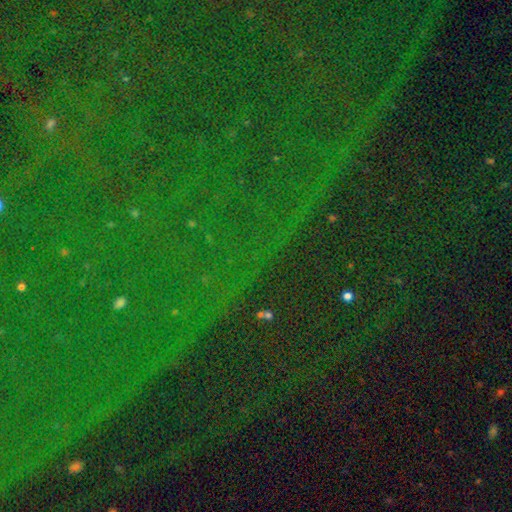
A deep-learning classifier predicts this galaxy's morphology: This appears to be a star or artifact, not a galaxy (85%).